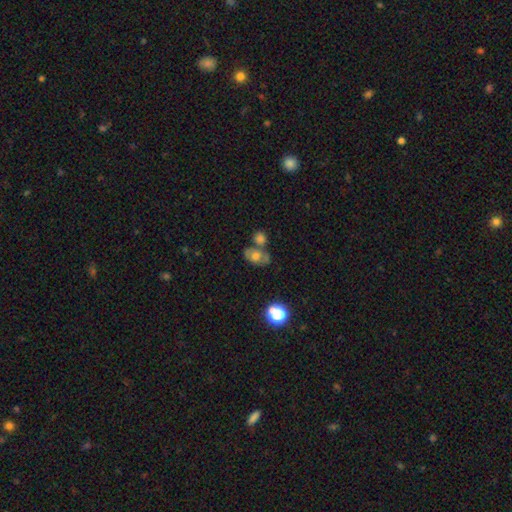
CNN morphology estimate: Overall: smooth (55%; featured or disk 32%). How rounded: in between (68%; round 30%). Merging: none (47%; merger 30%).